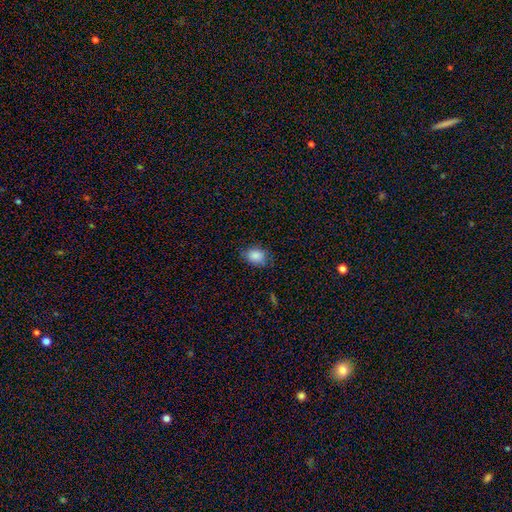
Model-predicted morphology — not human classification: Q: Smooth or featured?
A: smooth (86%); runner-up: star or artifact (9%)
Q: How rounded?
A: in between (58%); runner-up: round (41%)
Q: Merging?
A: none (74%); runner-up: minor disturbance (20%)